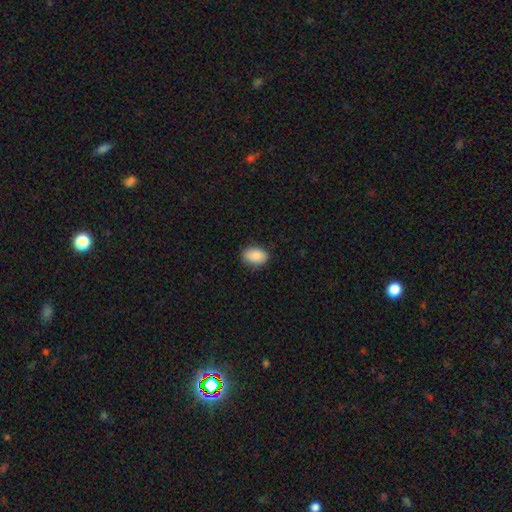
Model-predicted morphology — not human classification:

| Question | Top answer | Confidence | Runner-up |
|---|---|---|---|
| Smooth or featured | smooth | 87% | star or artifact (7%) |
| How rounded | in between | 83% | round (16%) |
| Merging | none | 84% | minor disturbance (12%) |